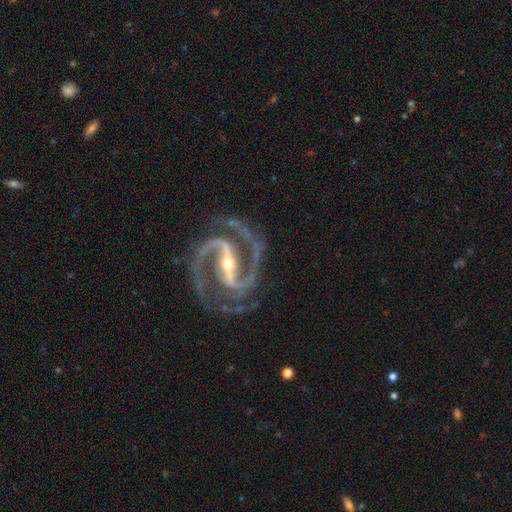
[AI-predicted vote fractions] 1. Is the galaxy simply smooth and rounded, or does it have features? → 94% featured or disk, 4% star or artifact, 2% smooth.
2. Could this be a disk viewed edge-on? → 97% no, 3% yes.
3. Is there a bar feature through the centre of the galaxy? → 72% strong, 20% weak, 8% no.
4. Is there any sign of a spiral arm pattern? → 99% yes, 1% no.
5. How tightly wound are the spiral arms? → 60% medium, 32% tight, 8% loose.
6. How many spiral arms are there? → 93% 2, 3% 3, 1% can't tell, 1% 1, 1% 4, 1% more than 4.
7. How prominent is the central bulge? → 58% small, 37% moderate, 2% large, 1% none, 1% dominant.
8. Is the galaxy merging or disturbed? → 81% none, 12% minor disturbance, 5% major disturbance, 2% merger.